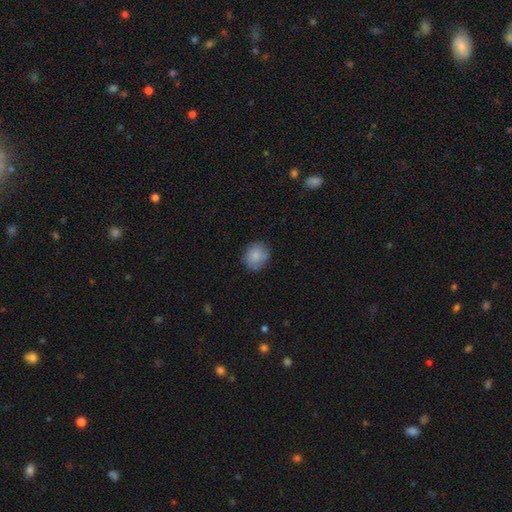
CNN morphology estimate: This appears to be a smooth galaxy with no disk features (83%) that is round (71%). Merging: none (79%).